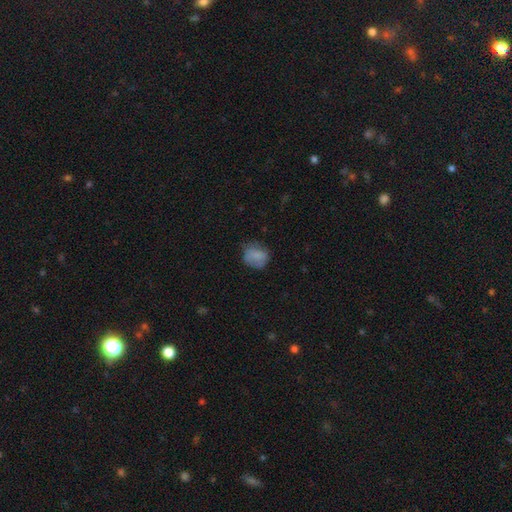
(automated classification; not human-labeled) A smooth galaxy with no disk features (74%) that is round (63%).

Vote fractions:
- Smooth or featured? smooth: 74% / featured or disk: 16% / star or artifact: 10%
- How rounded? round: 63% / in between: 36% / cigar-shaped: 1%
- Merging? none: 59% / minor disturbance: 27% / major disturbance: 12% / merger: 2%